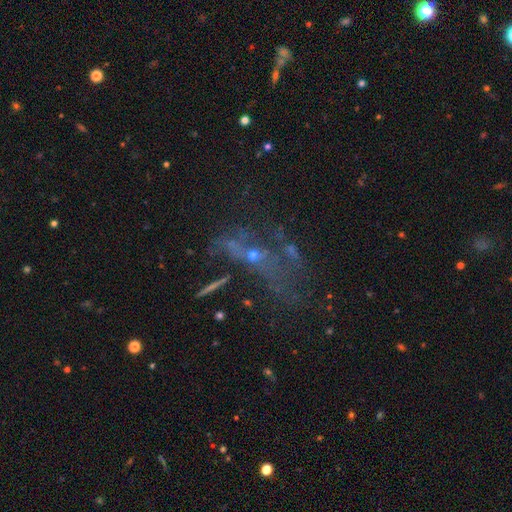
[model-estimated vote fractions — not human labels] Q: Smooth or featured?
A: star or artifact (43%); runner-up: featured or disk (38%)